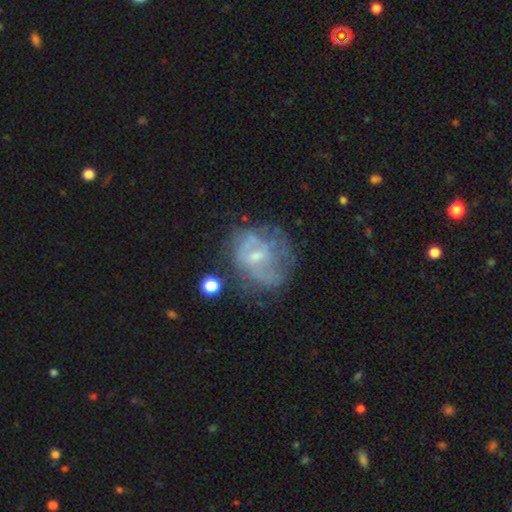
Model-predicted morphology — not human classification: Overall: featured or disk (64%; smooth 25%). Edge-on disk: no (97%). Bar: no (51%; weak 41%). Spiral arms: no (52%; yes 48%). Bulge size: small (54%; moderate 30%). Merging: none (46%; major disturbance 26%).